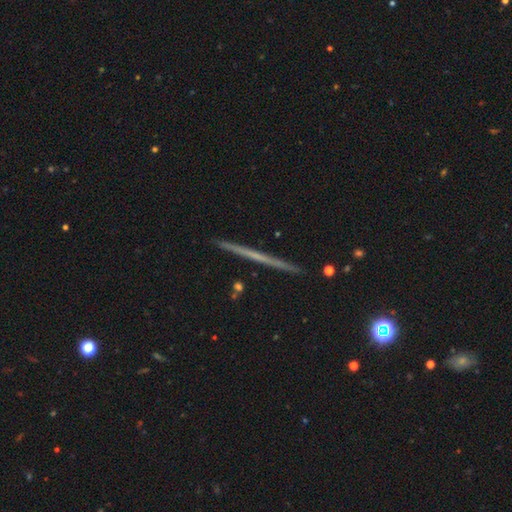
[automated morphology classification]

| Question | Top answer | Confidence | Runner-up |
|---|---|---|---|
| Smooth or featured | featured or disk | 65% | smooth (28%) |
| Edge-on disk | yes | 98% | no (2%) |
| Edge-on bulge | none | 87% | rounded (9%) |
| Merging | none | 93% | minor disturbance (5%) |